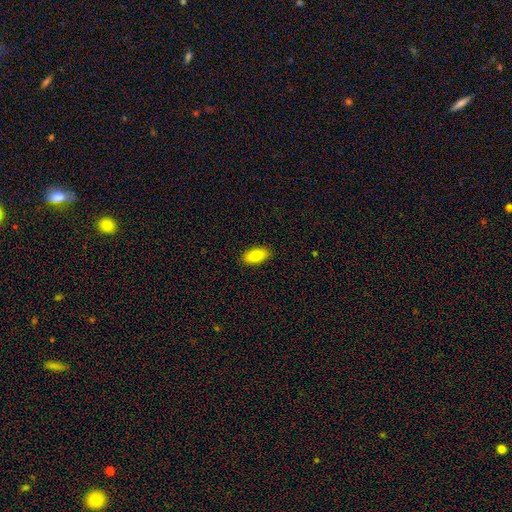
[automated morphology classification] The model was most divided on "smooth or featured": smooth: 84%, featured or disk: 10%, star or artifact: 7%. More confident: how rounded — in between (91%); merging — none (89%).